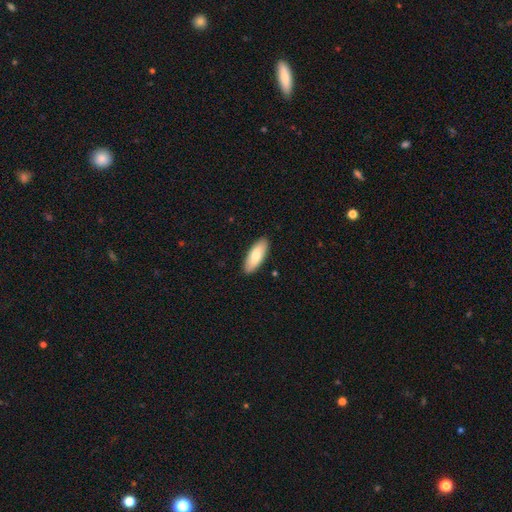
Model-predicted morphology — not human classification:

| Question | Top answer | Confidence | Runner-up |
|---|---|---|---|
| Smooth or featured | smooth | 77% | featured or disk (18%) |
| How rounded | in between | 74% | cigar-shaped (24%) |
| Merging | none | 90% | minor disturbance (7%) |